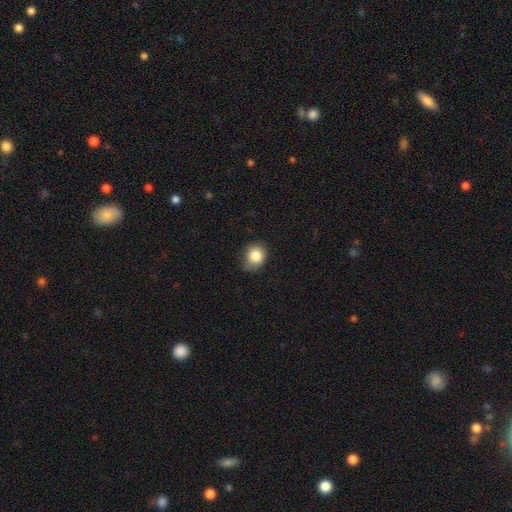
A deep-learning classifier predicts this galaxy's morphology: smooth-or-featured: smooth: 83% | star or artifact: 10% | featured or disk: 7%
  how-rounded: round: 67% | in between: 32% | cigar-shaped: 1%
  merging: none: 60% | minor disturbance: 33% | major disturbance: 6% | merger: 2%